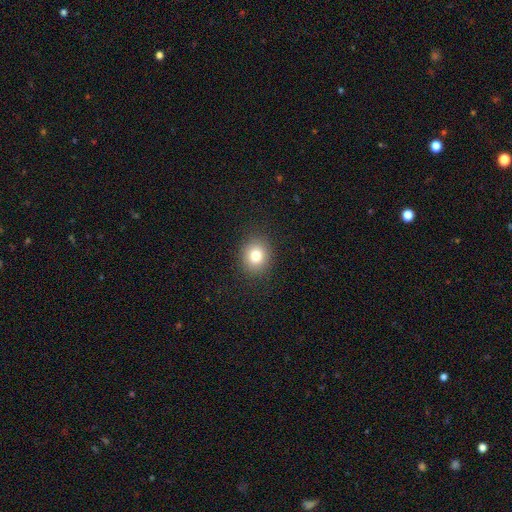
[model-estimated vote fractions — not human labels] Overall: smooth (80%). How rounded: round (76%). Merging: none (90%).